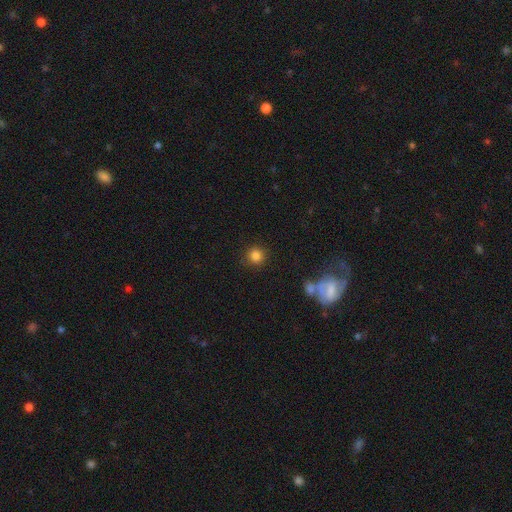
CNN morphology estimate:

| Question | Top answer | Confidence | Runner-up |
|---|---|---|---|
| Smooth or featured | smooth | 83% | star or artifact (12%) |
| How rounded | round | 93% | in between (6%) |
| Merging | none | 87% | minor disturbance (7%) |